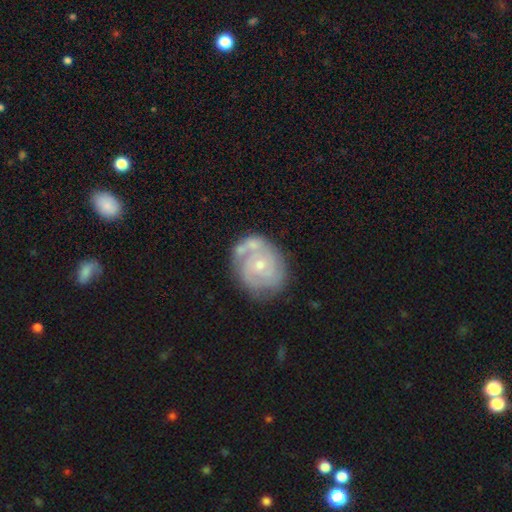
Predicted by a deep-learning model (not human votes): Smooth or featured?
  - featured or disk: 77% *
  - smooth: 16%
  - star or artifact: 7%
Edge-on disk?
  - no: 97% *
  - yes: 3%
Bar?
  - no: 75% *
  - weak: 21%
  - strong: 4%
Spiral arms?
  - yes: 87% *
  - no: 13%
Spiral winding?
  - tight: 64% *
  - medium: 29%
  - loose: 8%
Spiral arm count?
  - 2: 35% *
  - can't tell: 32%
  - 3: 19%
  - 1: 5%
  - 4: 5%
  - more than 4: 4%
Bulge size?
  - small: 67% *
  - moderate: 29%
  - none: 2%
  - large: 1%
  - dominant: 1%
Merging?
  - none: 55% *
  - minor disturbance: 20%
  - merger: 18%
  - major disturbance: 8%